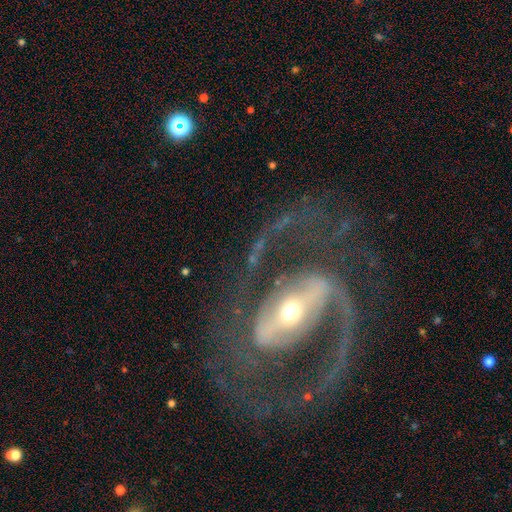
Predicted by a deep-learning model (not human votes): smooth-or-featured: featured or disk: 91% | star or artifact: 5% | smooth: 4%
  disk-edge-on: no: 96% | yes: 4%
    bar: strong: 64% | weak: 24% | no: 12%
    has-spiral-arms: yes: 95% | no: 5%
      spiral-winding: medium: 57% | loose: 22% | tight: 21%
      spiral-arm-count: 2: 89% | can't tell: 3% | 3: 3% | 1: 3% | 4: 1% | more than 4: 1%
    bulge-size: moderate: 56% | small: 35% | large: 7% | dominant: 1% | none: 1%
  merging: none: 70% | major disturbance: 16% | minor disturbance: 13% | merger: 2%